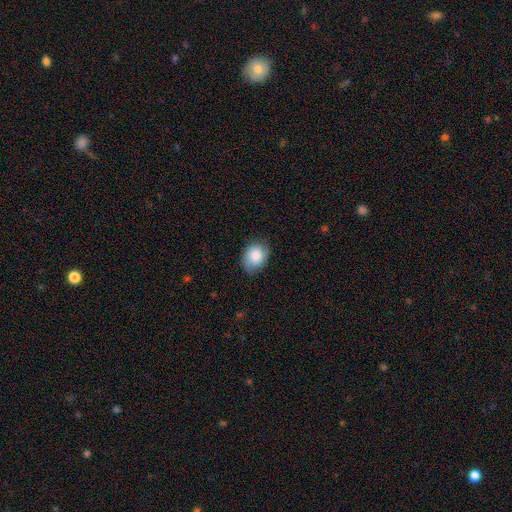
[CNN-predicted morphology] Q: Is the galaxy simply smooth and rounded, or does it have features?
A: smooth — 74%.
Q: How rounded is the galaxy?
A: in between — 63%.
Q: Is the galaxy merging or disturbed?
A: none — 75%.